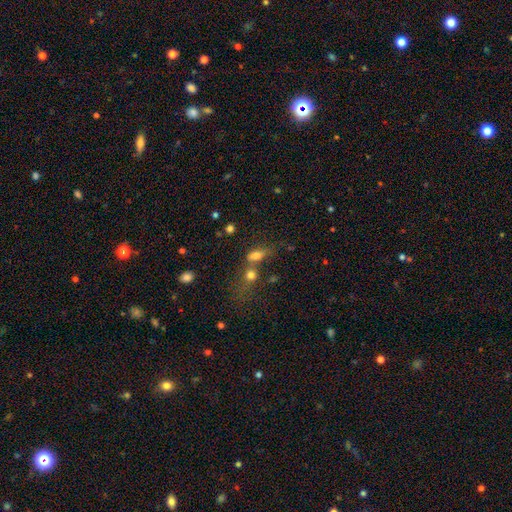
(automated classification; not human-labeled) The model was most divided on "merging": merger: 47%, none: 31%, minor disturbance: 12%, major disturbance: 10%. More confident: smooth or featured — smooth (73%); how rounded — in between (72%).